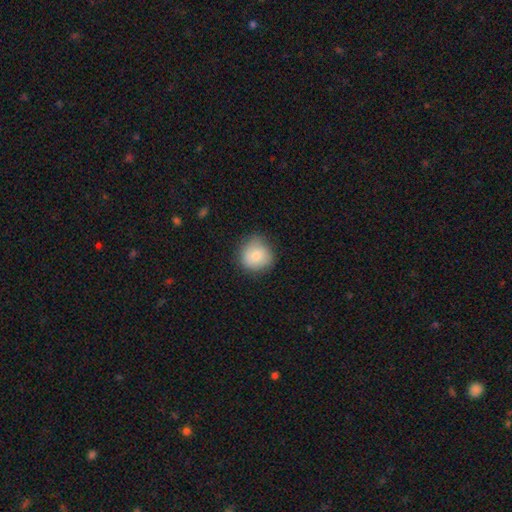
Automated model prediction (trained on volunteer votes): The model was most divided on "merging": none: 75%, minor disturbance: 20%, major disturbance: 4%, merger: 1%. More confident: how rounded — round (87%); smooth or featured — smooth (79%).